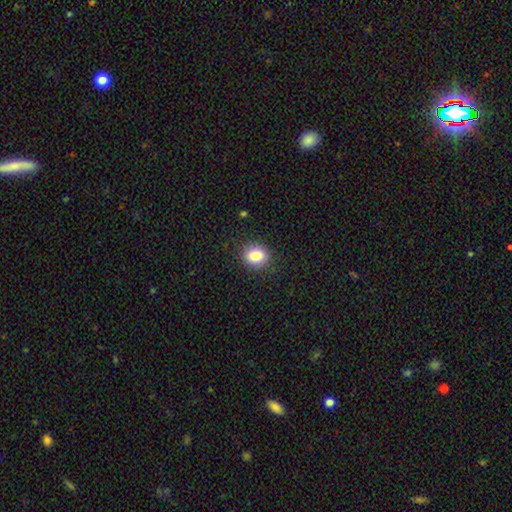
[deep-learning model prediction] smooth-or-featured: smooth: 83% | star or artifact: 10% | featured or disk: 6%
  how-rounded: round: 58% | in between: 41% | cigar-shaped: 1%
  merging: none: 88% | minor disturbance: 8% | major disturbance: 2% | merger: 1%